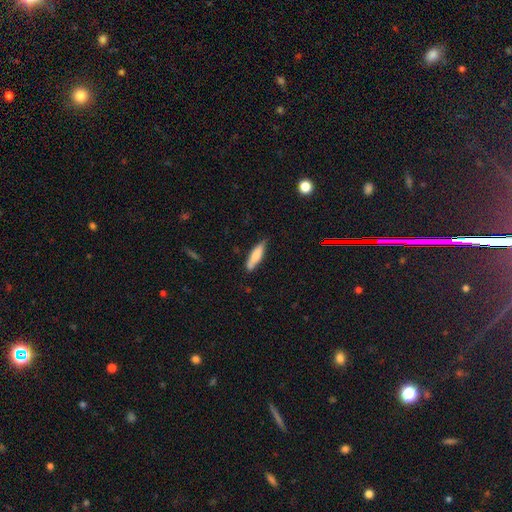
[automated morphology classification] Smooth or featured? smooth (74%)
How rounded? cigar-shaped (68%)
Merging? none (71%)